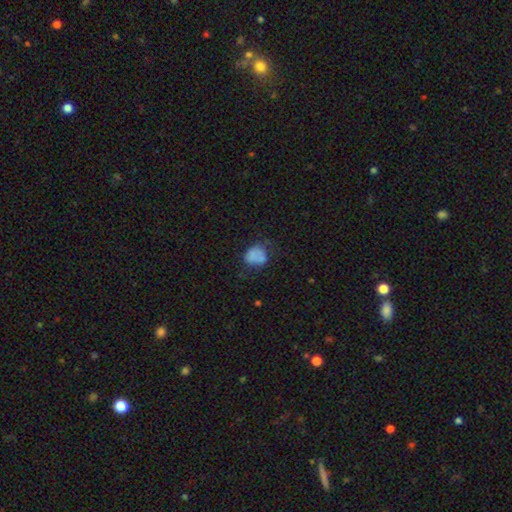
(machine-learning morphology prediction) type=smooth (70%); roundness=round (50%); merging=none (42%).